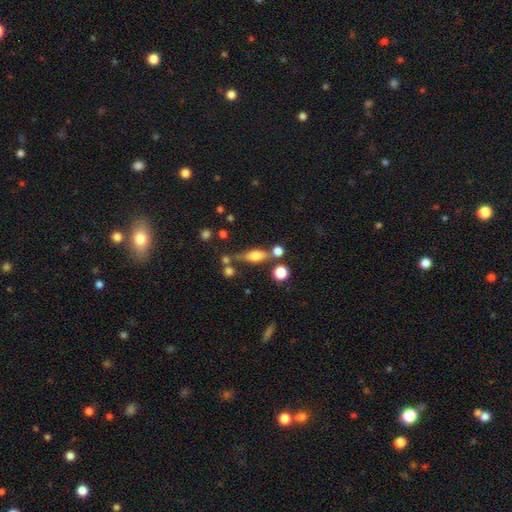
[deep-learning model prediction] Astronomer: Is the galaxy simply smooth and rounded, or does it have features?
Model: smooth — 66%.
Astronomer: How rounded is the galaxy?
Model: in between — 65%.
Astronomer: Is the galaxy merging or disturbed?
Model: none — 57%.